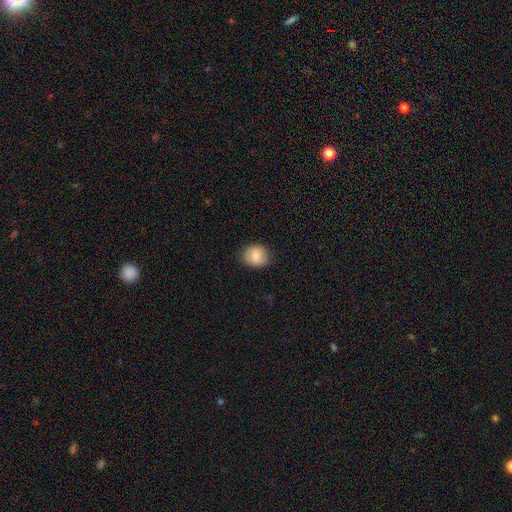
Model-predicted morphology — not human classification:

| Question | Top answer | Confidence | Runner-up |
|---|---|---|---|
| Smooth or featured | smooth | 83% | featured or disk (10%) |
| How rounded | round | 68% | in between (31%) |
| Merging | none | 85% | minor disturbance (11%) |